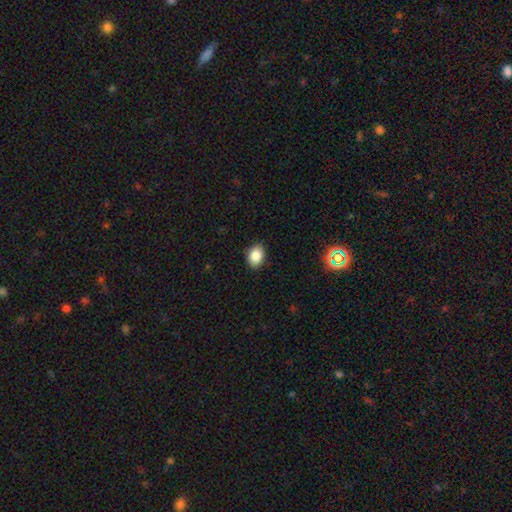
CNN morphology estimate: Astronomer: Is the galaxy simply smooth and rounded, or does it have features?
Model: smooth — 86%.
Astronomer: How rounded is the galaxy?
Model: in between — 73%.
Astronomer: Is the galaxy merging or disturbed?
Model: none — 88%.